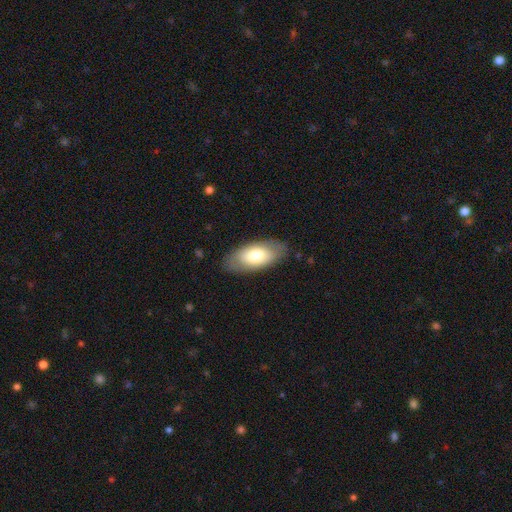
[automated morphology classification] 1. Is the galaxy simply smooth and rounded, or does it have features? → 70% smooth, 24% featured or disk, 6% star or artifact.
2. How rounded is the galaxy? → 91% in between, 6% cigar-shaped, 3% round.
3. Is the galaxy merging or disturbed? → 83% none, 13% minor disturbance, 3% major disturbance, 1% merger.